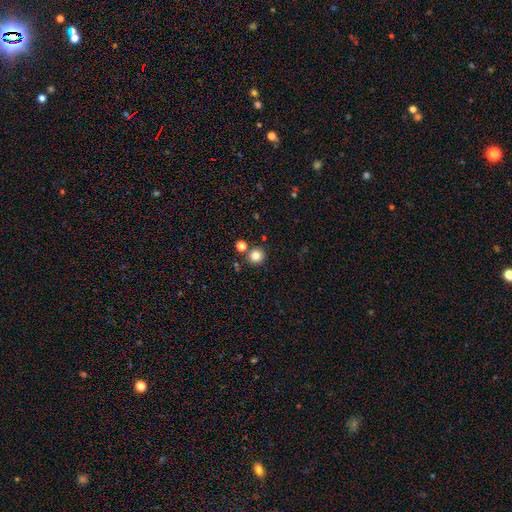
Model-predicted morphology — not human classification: A smooth galaxy with no disk features (84%) that is round (94%). Merging: none (83%).